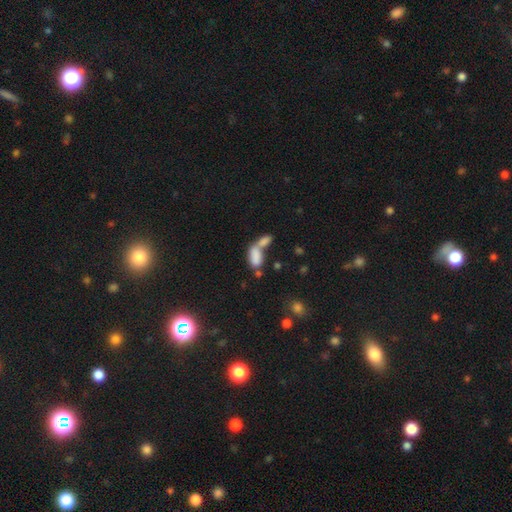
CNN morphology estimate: Q: Smooth or featured?
A: smooth (79%); runner-up: featured or disk (12%)
Q: How rounded?
A: in between (89%); runner-up: cigar-shaped (7%)
Q: Merging?
A: merger (68%); runner-up: none (18%)